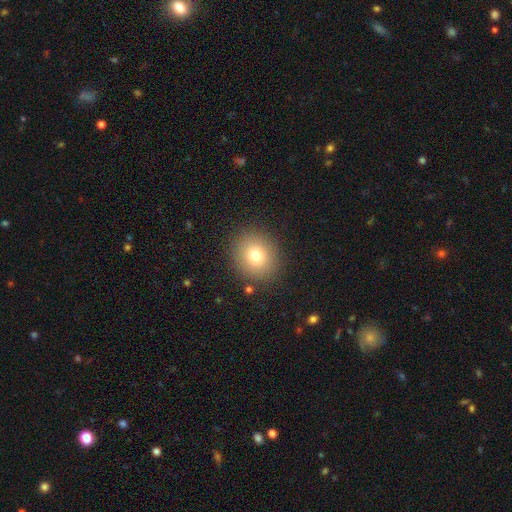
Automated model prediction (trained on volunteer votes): The model was most divided on "smooth or featured": smooth: 76%, star or artifact: 13%, featured or disk: 11%. More confident: merging — none (88%); how rounded — round (83%).